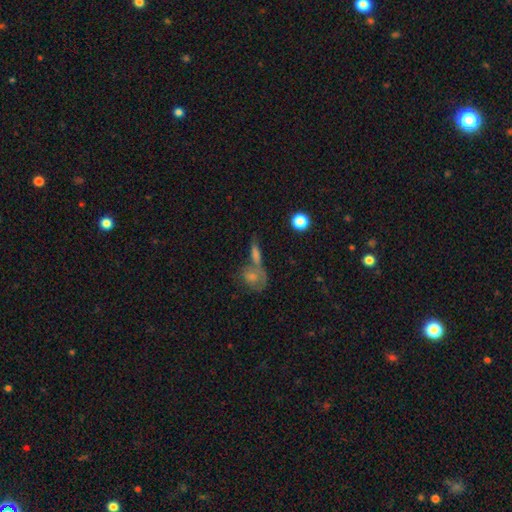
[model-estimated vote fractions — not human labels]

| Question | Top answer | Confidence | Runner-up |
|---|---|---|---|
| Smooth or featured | smooth | 51% | featured or disk (30%) |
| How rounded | in between | 44% | round (29%) |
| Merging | none | 43% | merger (39%) |